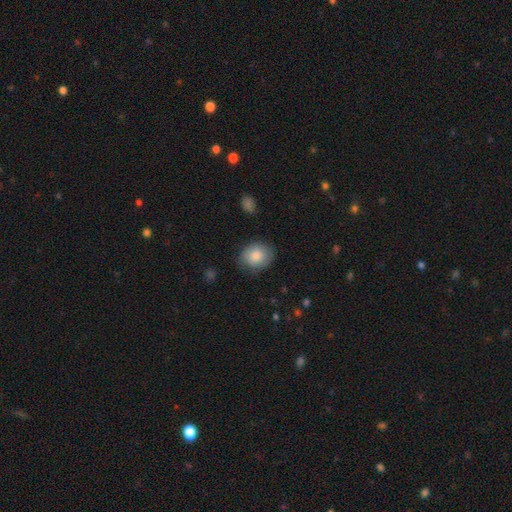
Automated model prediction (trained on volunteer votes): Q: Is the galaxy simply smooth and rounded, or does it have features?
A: smooth — 85%.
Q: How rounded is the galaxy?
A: round — 64%.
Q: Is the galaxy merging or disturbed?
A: none — 79%.